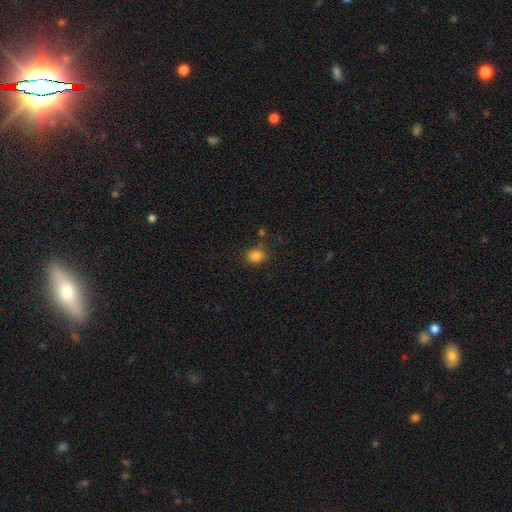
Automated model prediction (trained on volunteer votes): Q: Smooth or featured?
A: smooth (82%); runner-up: star or artifact (12%)
Q: How rounded?
A: round (57%); runner-up: in between (42%)
Q: Merging?
A: none (80%); runner-up: minor disturbance (11%)